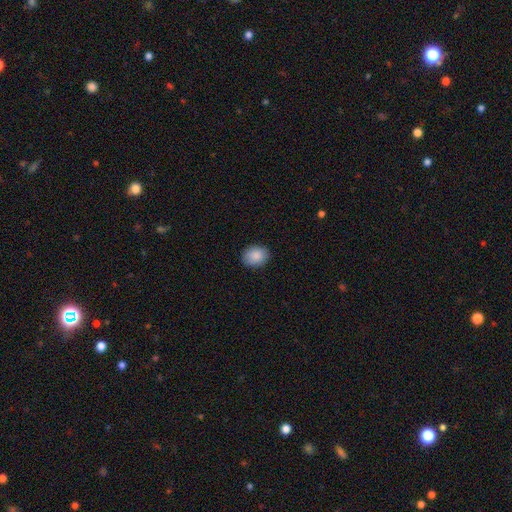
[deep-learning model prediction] This is clearly a smooth galaxy (88%). How rounded: possibly in between (56%). Merging: clearly none (89%).